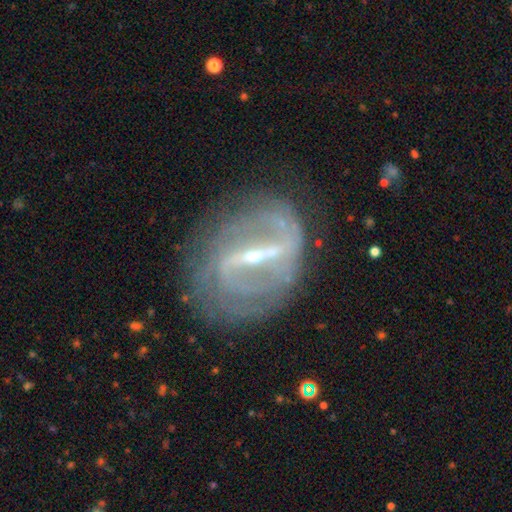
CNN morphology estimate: Smooth or featured?
  - featured or disk: 87% *
  - star or artifact: 7%
  - smooth: 6%
Edge-on disk?
  - no: 89% *
  - yes: 11%
Bar?
  - strong: 79% *
  - weak: 16%
  - no: 5%
Spiral arms?
  - yes: 80% *
  - no: 20%
Spiral winding?
  - tight: 40% *
  - medium: 37%
  - loose: 23%
Spiral arm count?
  - 2: 59% *
  - can't tell: 23%
  - 3: 7%
  - 1: 5%
  - 4: 3%
  - more than 4: 3%
Bulge size?
  - small: 71% *
  - moderate: 24%
  - none: 2%
  - large: 2%
  - dominant: 1%
Merging?
  - none: 67% *
  - minor disturbance: 18%
  - major disturbance: 12%
  - merger: 3%